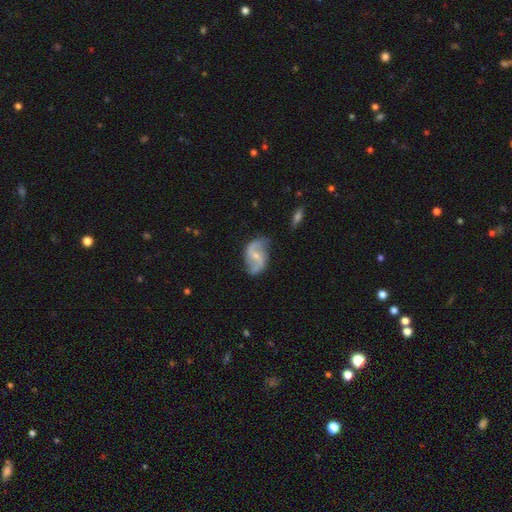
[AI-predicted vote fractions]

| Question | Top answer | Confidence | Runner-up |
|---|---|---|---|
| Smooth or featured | featured or disk | 85% | smooth (10%) |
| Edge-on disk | no | 98% | yes (2%) |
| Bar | weak | 48% | no (31%) |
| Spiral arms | yes | 95% | no (5%) |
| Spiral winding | loose | 66% | medium (27%) |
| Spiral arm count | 2 | 93% | can't tell (3%) |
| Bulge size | small | 62% | moderate (28%) |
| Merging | none | 72% | minor disturbance (19%) |